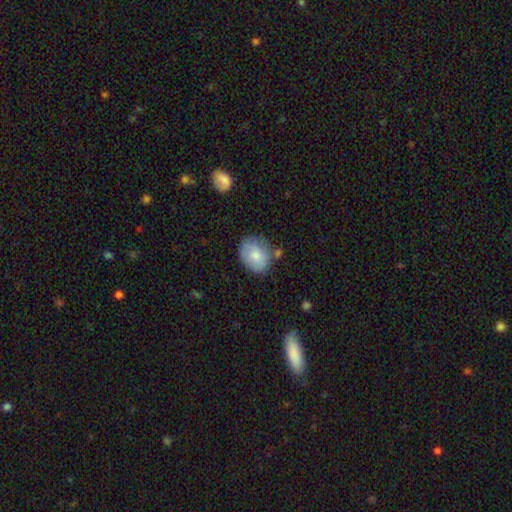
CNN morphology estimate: type=smooth (71%); roundness=in between (59%); merging=none (62%).